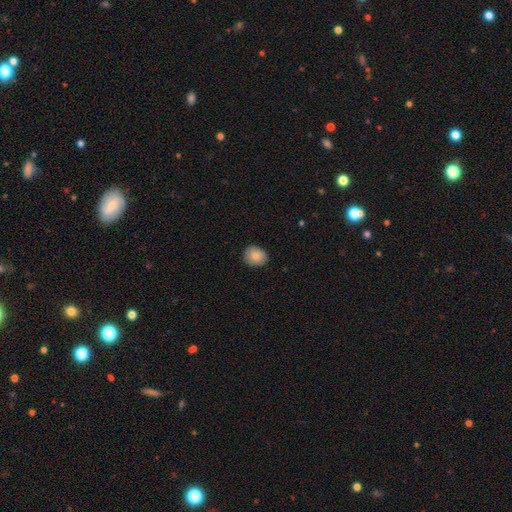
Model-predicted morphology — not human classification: Smooth or featured?
  - smooth: 85% *
  - star or artifact: 8%
  - featured or disk: 7%
How rounded?
  - round: 62% *
  - in between: 37%
  - cigar-shaped: 1%
Merging?
  - none: 85% *
  - minor disturbance: 12%
  - major disturbance: 2%
  - merger: 1%